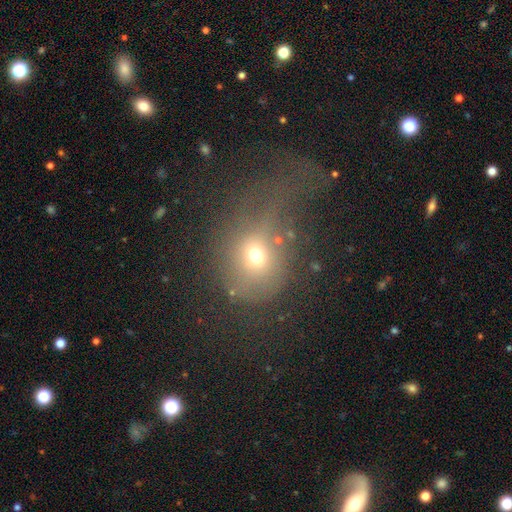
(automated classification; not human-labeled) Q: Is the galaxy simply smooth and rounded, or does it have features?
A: smooth — 64%.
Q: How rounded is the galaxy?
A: round — 74%.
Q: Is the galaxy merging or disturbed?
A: major disturbance — 41%.